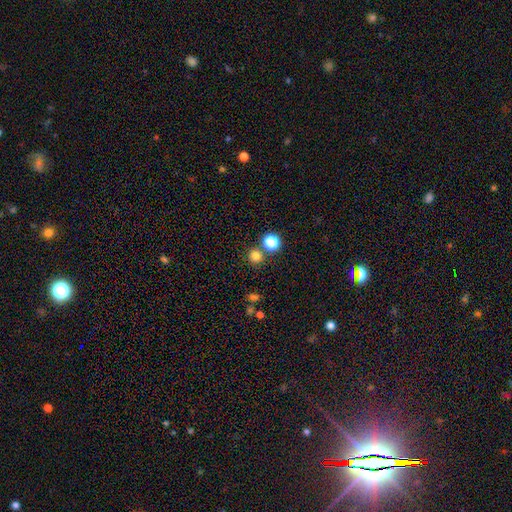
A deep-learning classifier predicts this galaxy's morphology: The model was most divided on "merging": none: 76%, merger: 15%, minor disturbance: 6%, major disturbance: 3%. More confident: how rounded — round (93%); smooth or featured — smooth (78%).